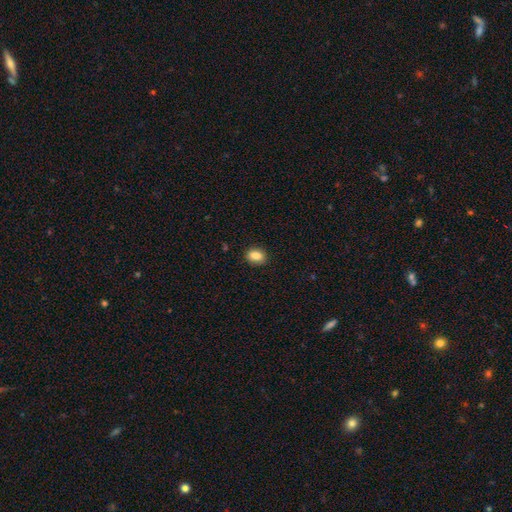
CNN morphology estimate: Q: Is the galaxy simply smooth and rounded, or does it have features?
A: smooth — 87%.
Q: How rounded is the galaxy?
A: in between — 68%.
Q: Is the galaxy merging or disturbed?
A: none — 87%.